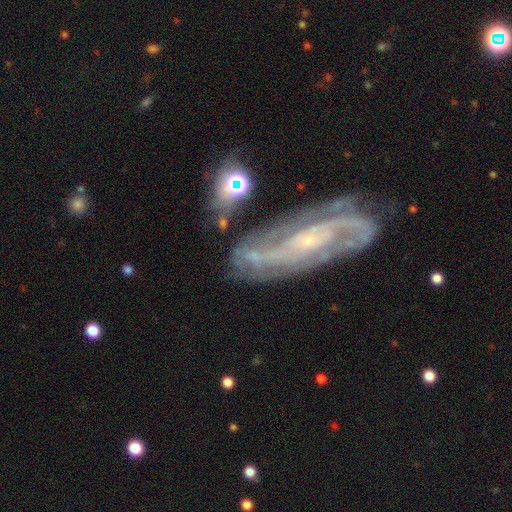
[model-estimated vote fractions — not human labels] featured or disk 80%, smooth 11%, star or artifact 8%. Down the decision tree: edge-on disk — no (91%); bar — no (59%); spiral arms — yes (90%); spiral arm count — 2 (54%); spiral winding — medium (42%); bulge size — small (78%); merging — none (59%).